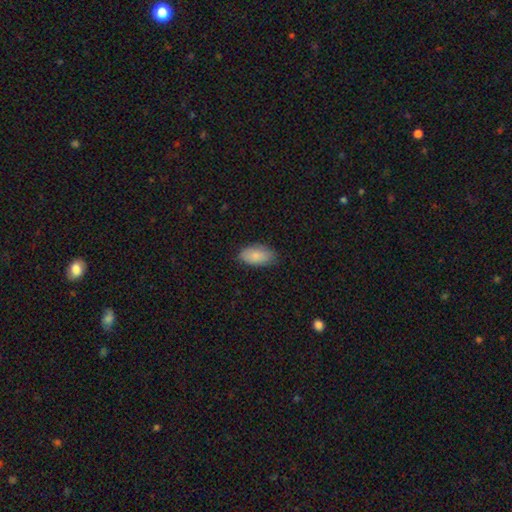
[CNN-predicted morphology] This is clearly a smooth galaxy (85%). How rounded: clearly in between (94%). Merging: clearly none (82%).